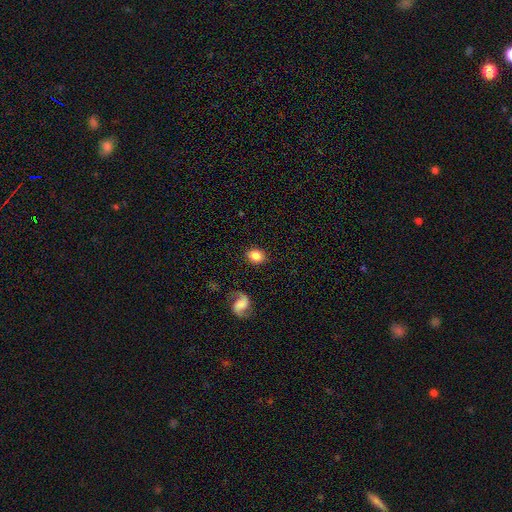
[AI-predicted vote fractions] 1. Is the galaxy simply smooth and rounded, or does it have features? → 80% smooth, 12% featured or disk, 8% star or artifact.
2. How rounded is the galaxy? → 55% round, 44% in between, 1% cigar-shaped.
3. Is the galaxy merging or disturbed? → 85% none, 9% minor disturbance, 3% major disturbance, 2% merger.